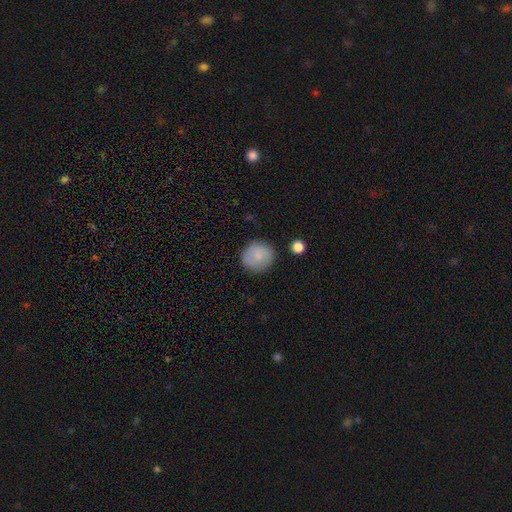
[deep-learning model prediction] A smooth galaxy with no disk features (79%) that is round (89%).

Vote fractions:
- Smooth or featured? smooth: 79% / featured or disk: 13% / star or artifact: 8%
- How rounded? round: 89% / in between: 10% / cigar-shaped: 1%
- Merging? none: 82% / minor disturbance: 12% / major disturbance: 4% / merger: 2%